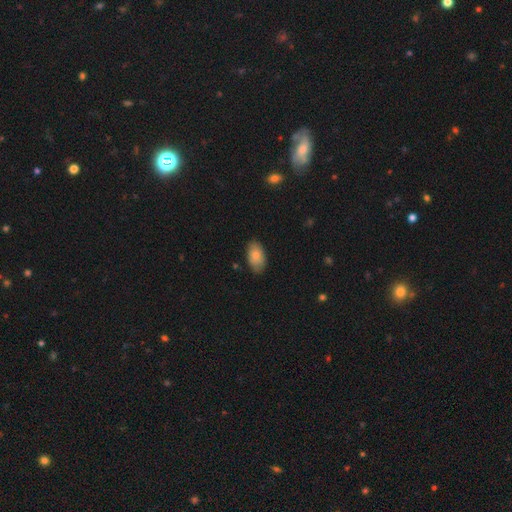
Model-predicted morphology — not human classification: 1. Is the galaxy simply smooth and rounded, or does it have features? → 80% smooth, 13% featured or disk, 7% star or artifact.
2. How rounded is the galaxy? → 93% in between, 6% round, 1% cigar-shaped.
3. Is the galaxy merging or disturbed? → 80% none, 17% minor disturbance, 3% major disturbance, 1% merger.